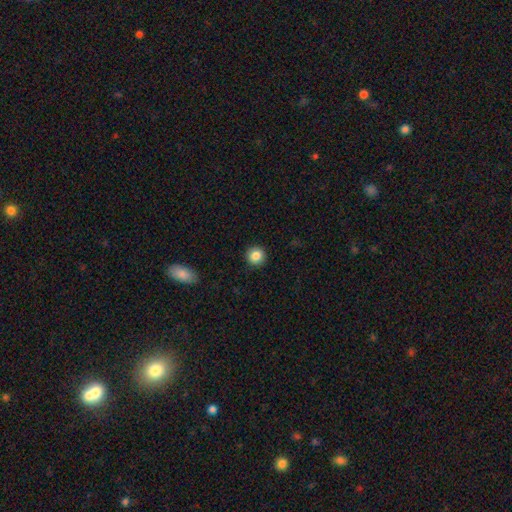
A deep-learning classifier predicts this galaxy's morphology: Overall: smooth (85%). How rounded: round (94%). Merging: none (92%).